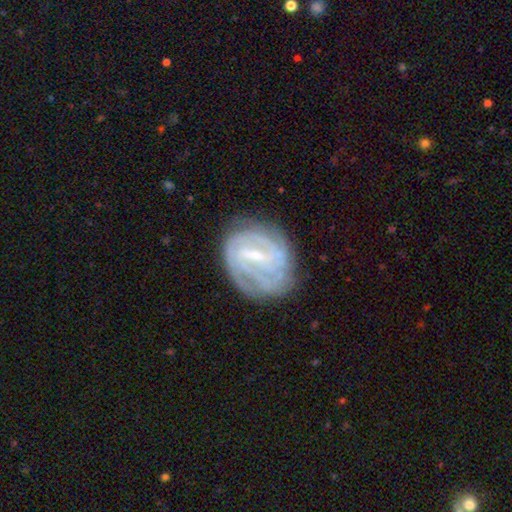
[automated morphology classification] Q: Smooth or featured?
A: featured or disk (81%); runner-up: smooth (12%)
Q: Edge-on disk?
A: no (97%); runner-up: yes (3%)
Q: Bar?
A: weak (47%); runner-up: strong (42%)
Q: Spiral arms?
A: yes (88%); runner-up: no (12%)
Q: Spiral winding?
A: tight (66%); runner-up: medium (27%)
Q: Spiral arm count?
A: can't tell (40%); runner-up: 2 (23%)
Q: Bulge size?
A: small (64%); runner-up: moderate (23%)
Q: Merging?
A: none (72%); runner-up: minor disturbance (18%)